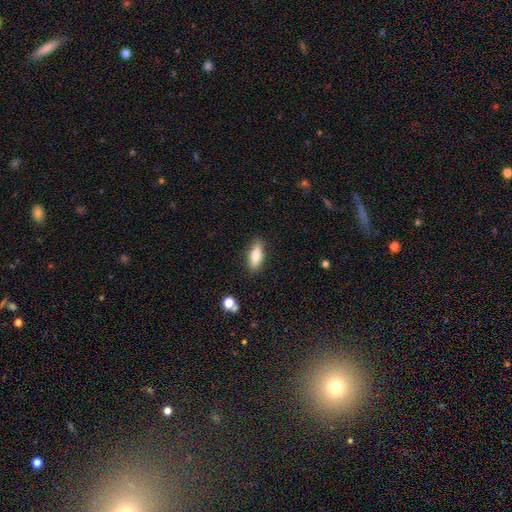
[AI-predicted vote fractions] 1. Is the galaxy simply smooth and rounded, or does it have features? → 78% smooth, 15% featured or disk, 7% star or artifact.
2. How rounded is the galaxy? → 66% in between, 32% cigar-shaped, 2% round.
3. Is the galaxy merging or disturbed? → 86% none, 10% minor disturbance, 2% major disturbance, 2% merger.